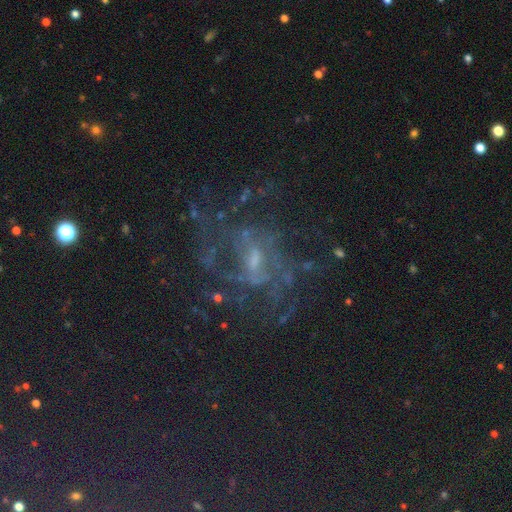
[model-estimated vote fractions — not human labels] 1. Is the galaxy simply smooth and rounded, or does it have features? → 53% featured or disk, 34% star or artifact, 13% smooth.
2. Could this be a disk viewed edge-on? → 96% no, 4% yes.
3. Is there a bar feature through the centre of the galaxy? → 45% no, 42% weak, 13% strong.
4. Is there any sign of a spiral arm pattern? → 75% yes, 25% no.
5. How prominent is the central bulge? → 55% small, 31% moderate, 10% none, 3% large, 2% dominant.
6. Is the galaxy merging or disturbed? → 59% none, 22% major disturbance, 16% minor disturbance, 3% merger.